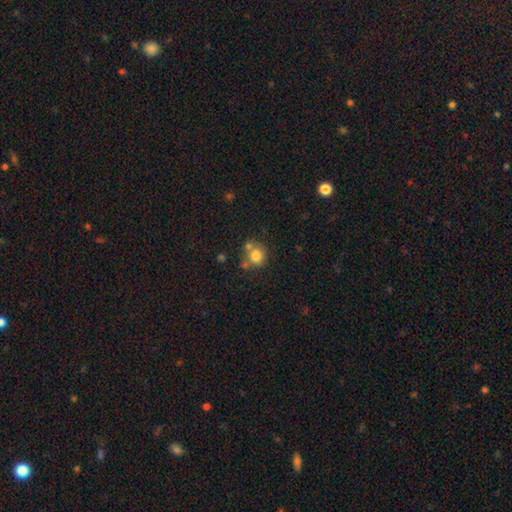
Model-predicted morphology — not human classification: smooth-or-featured: smooth: 78% | star or artifact: 12% | featured or disk: 11%
  how-rounded: round: 85% | in between: 14% | cigar-shaped: 1%
  merging: none: 58% | merger: 25% | minor disturbance: 12% | major disturbance: 4%